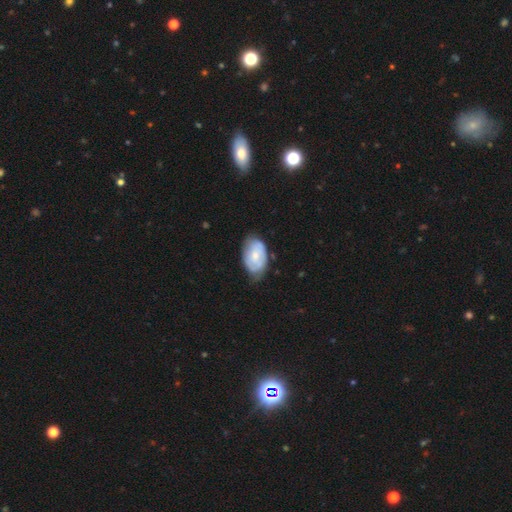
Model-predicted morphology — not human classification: Smooth or featured? featured or disk (49%)
Merging? none (60%)